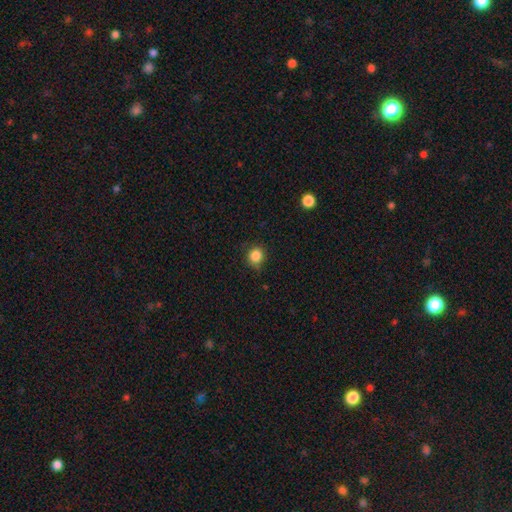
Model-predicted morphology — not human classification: Overall: smooth (85%). How rounded: round (87%). Merging: none (78%).